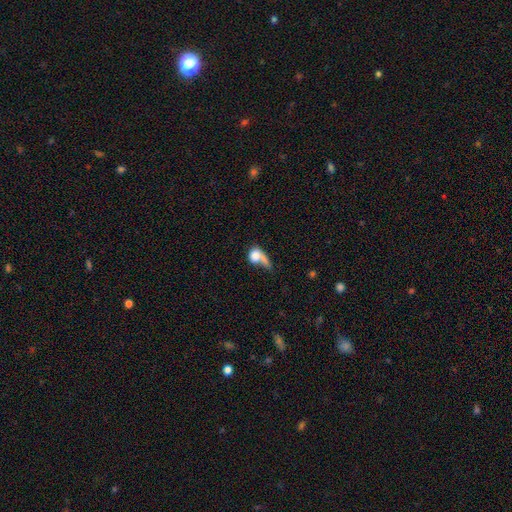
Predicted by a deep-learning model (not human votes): Overall: smooth (71%). How rounded: round (49%; in between 45%). Merging: merger (32%; major disturbance 30%).